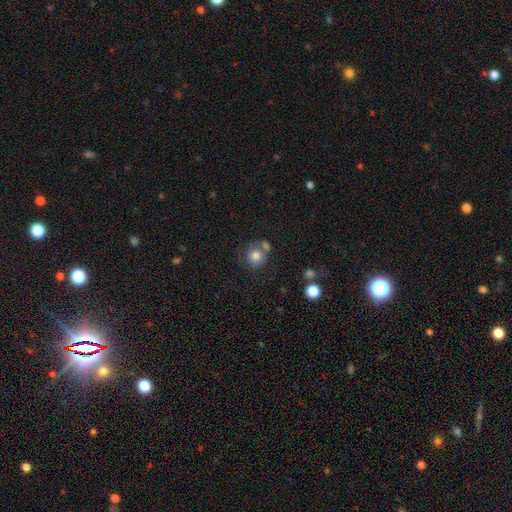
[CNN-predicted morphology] Overall: smooth (81%). How rounded: round (89%). Merging: none (59%; merger 23%).